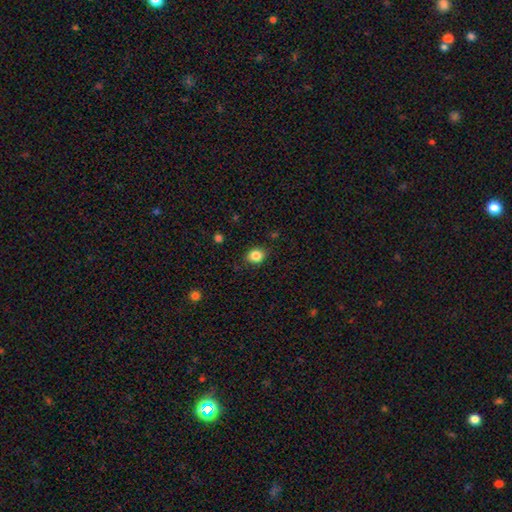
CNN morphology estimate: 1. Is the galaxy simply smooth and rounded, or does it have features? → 85% smooth, 10% star or artifact, 5% featured or disk.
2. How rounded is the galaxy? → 60% round, 40% in between, 1% cigar-shaped.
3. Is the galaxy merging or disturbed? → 85% none, 11% minor disturbance, 3% major disturbance, 1% merger.